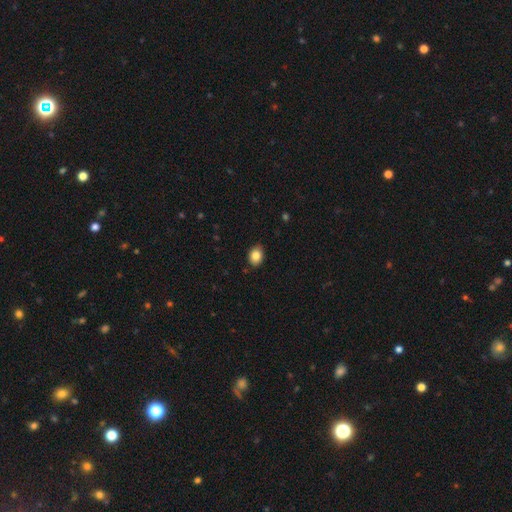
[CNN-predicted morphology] Smooth or featured: smooth — 85% (star or artifact — 9%)
How rounded: in between — 65% (round — 34%)
Merging: none — 87% (minor disturbance — 10%)